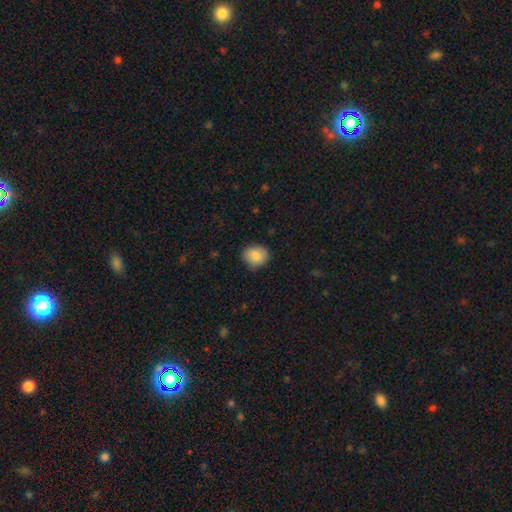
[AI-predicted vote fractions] Morphology: type=smooth (86%); roundness=round (72%); merging=none (83%).